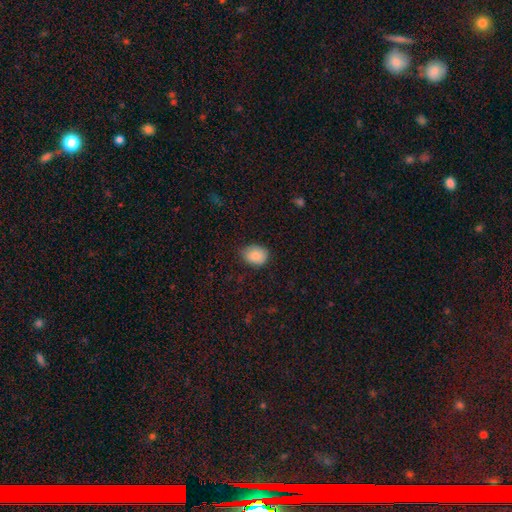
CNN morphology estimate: Smooth or featured: smooth — 86% (star or artifact — 8%)
How rounded: in between — 60% (round — 39%)
Merging: none — 70% (minor disturbance — 24%)